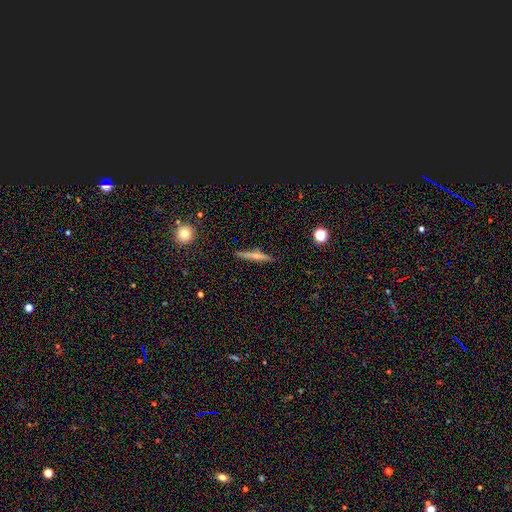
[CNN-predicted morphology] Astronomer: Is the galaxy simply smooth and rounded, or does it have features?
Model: smooth — 53% (runner-up: featured or disk, 39%).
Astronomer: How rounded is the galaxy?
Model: cigar-shaped — 90%.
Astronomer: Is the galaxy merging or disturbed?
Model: none — 85%.